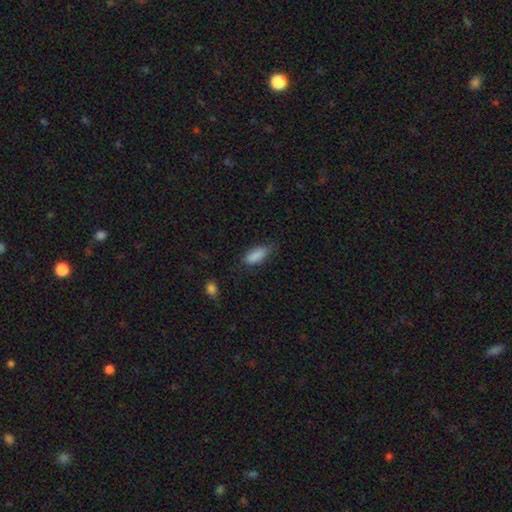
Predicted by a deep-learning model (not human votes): Smooth or featured? smooth (87%)
How rounded? in between (77%)
Merging? none (65%)